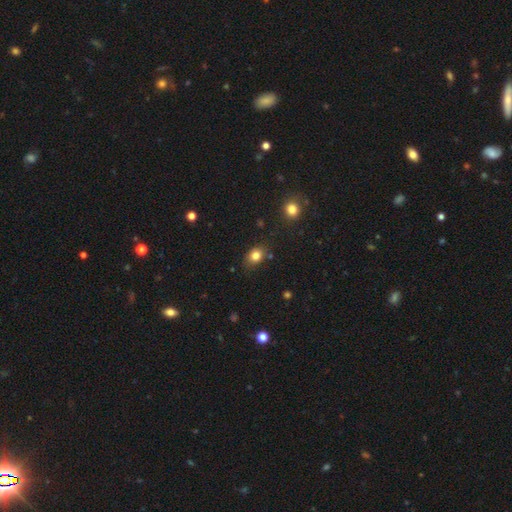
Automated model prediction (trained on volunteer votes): smooth_or_featured: smooth (p=0.82) [alt: star or artifact p=0.11]
how_rounded: in between (p=0.57) [alt: round p=0.42]
merging: none (p=0.79) [alt: minor disturbance p=0.15]